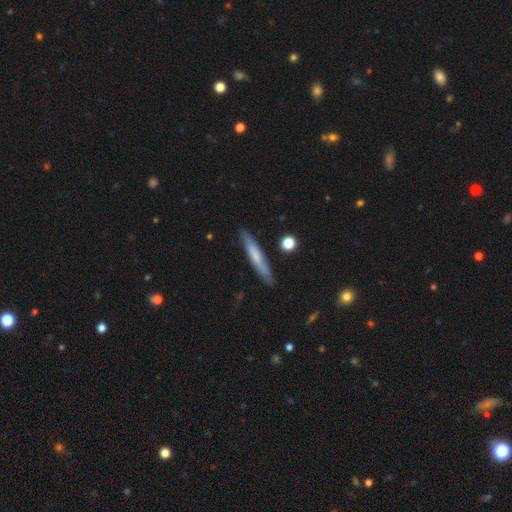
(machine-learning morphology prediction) A smooth galaxy with no disk features (56%) that is cigar-shaped (94%). Merging: none (86%).